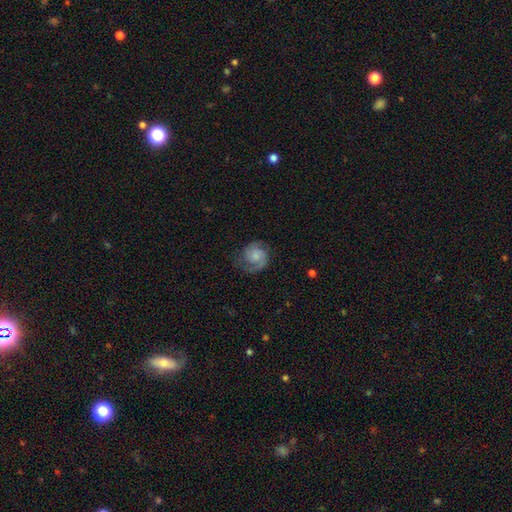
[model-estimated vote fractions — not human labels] This is likely a featured or disk galaxy (70%). It is clearly not viewed edge-on (98%). Bar: likely no (69%). Spiral arm pattern: clearly yes (95%). Spiral arm count: clearly 2 (81%). Spiral winding: marginally medium (44%). Central bulge: marginally small (38%). Merging: likely none (71%).